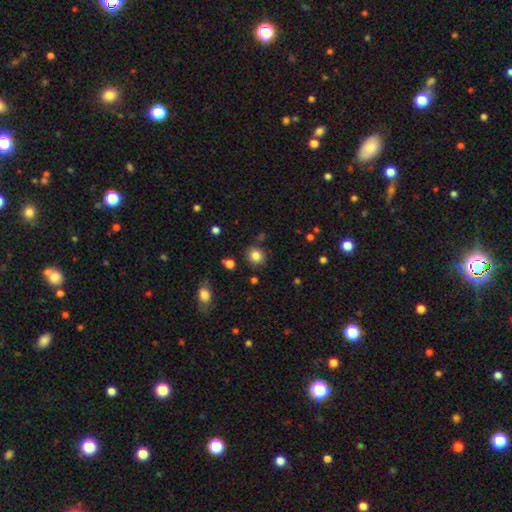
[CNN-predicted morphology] Smooth or featured?
  - smooth: 83% *
  - star or artifact: 11%
  - featured or disk: 5%
How rounded?
  - round: 85% *
  - in between: 14%
  - cigar-shaped: 1%
Merging?
  - none: 86% *
  - minor disturbance: 8%
  - merger: 3%
  - major disturbance: 3%